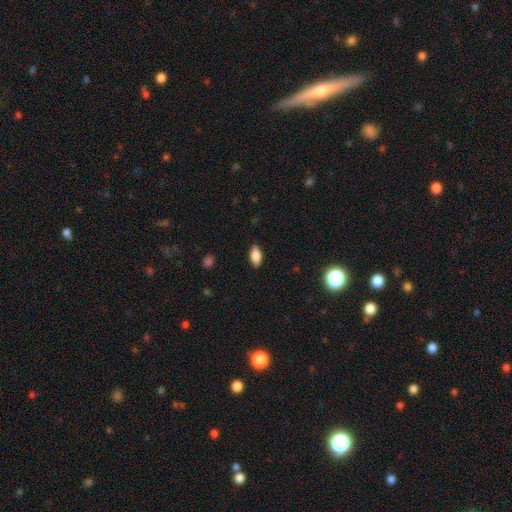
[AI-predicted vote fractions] Smooth or featured: smooth — 85% (featured or disk — 8%)
How rounded: in between — 89% (cigar-shaped — 9%)
Merging: none — 87% (minor disturbance — 10%)